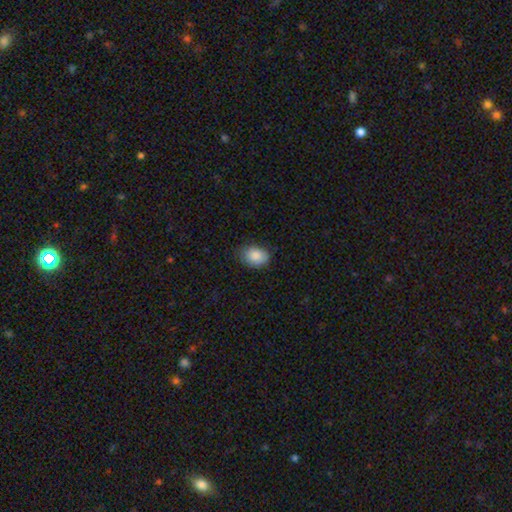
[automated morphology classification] Smooth or featured: smooth — 87% (star or artifact — 7%)
How rounded: in between — 68% (round — 31%)
Merging: none — 71% (minor disturbance — 24%)